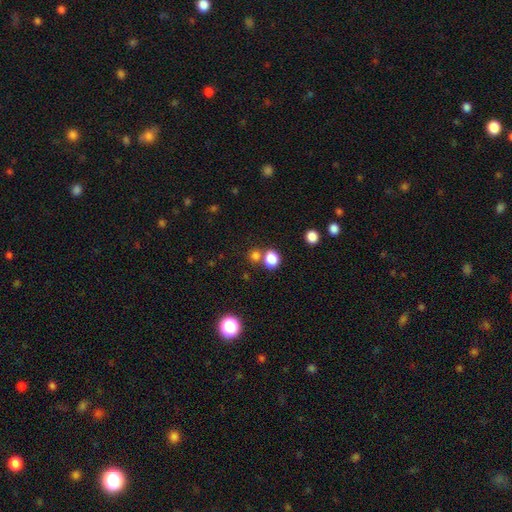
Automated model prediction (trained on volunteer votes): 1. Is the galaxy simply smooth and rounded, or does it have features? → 79% smooth, 15% star or artifact, 6% featured or disk.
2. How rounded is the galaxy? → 73% round, 26% in between, 1% cigar-shaped.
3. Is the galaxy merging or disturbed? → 62% none, 27% merger, 8% minor disturbance, 3% major disturbance.